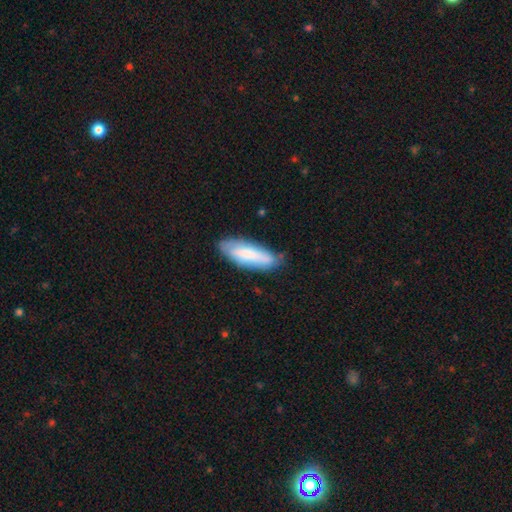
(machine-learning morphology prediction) Smooth or featured?
  - smooth: 74% *
  - featured or disk: 20%
  - star or artifact: 6%
How rounded?
  - in between: 56% *
  - cigar-shaped: 42%
  - round: 2%
Merging?
  - none: 72% *
  - minor disturbance: 21%
  - major disturbance: 5%
  - merger: 2%